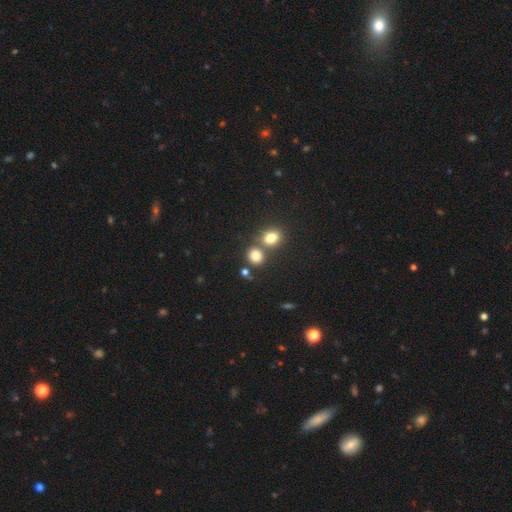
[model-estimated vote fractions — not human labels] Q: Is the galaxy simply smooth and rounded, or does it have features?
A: smooth — 79%.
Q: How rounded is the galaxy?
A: round — 73%.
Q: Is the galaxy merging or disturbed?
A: none — 55%.